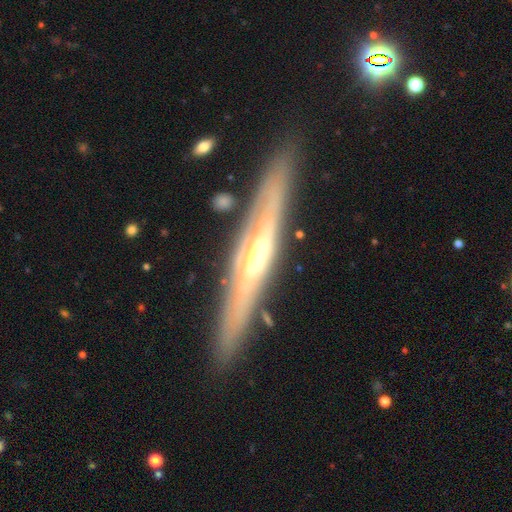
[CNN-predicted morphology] Smooth or featured: featured or disk — 78% (smooth — 17%)
Edge-on disk: yes — 83% (no — 17%)
Edge-on bulge: rounded — 76% (none — 17%)
Merging: none — 82% (minor disturbance — 12%)